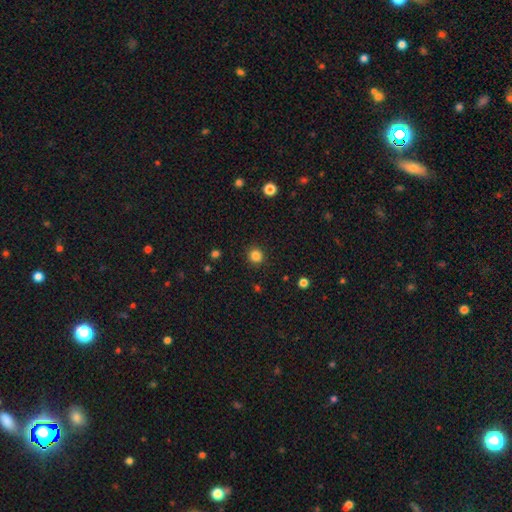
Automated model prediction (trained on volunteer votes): This appears to be a smooth galaxy with no disk features (84%) that is round (91%). Merging: none (91%).